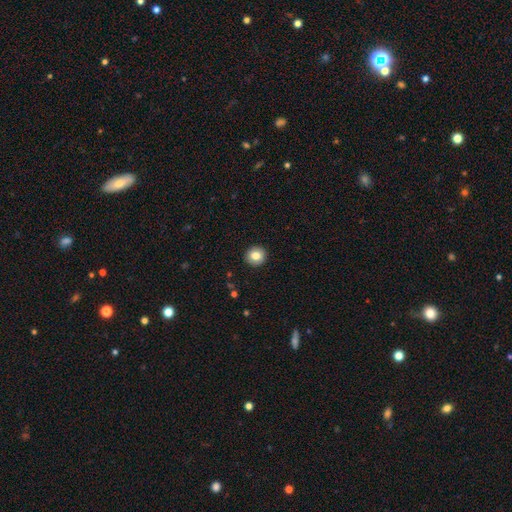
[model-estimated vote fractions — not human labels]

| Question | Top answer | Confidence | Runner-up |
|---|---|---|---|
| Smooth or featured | smooth | 82% | featured or disk (9%) |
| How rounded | round | 92% | in between (7%) |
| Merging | none | 93% | minor disturbance (5%) |